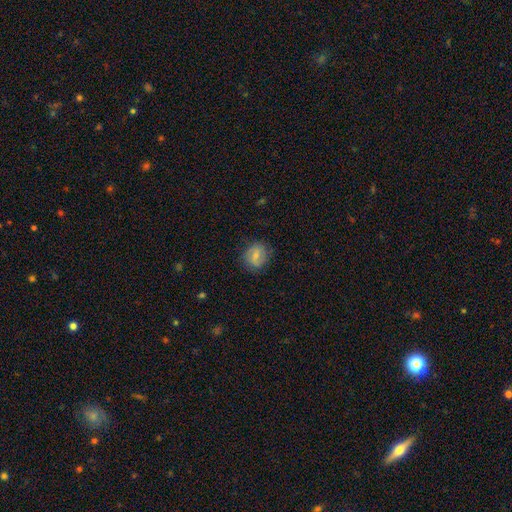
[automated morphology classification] Smooth or featured? smooth (57%)
How rounded? round (72%)
Merging? none (78%)